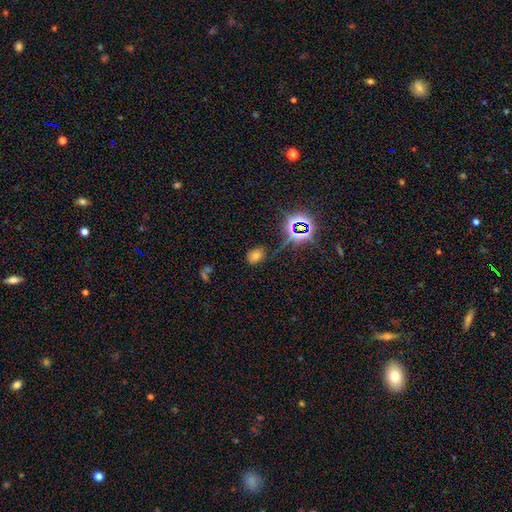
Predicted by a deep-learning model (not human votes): Smooth or featured?
  - smooth: 47% *
  - star or artifact: 44%
  - featured or disk: 9%
Merging?
  - none: 73% *
  - minor disturbance: 16%
  - major disturbance: 7%
  - merger: 4%